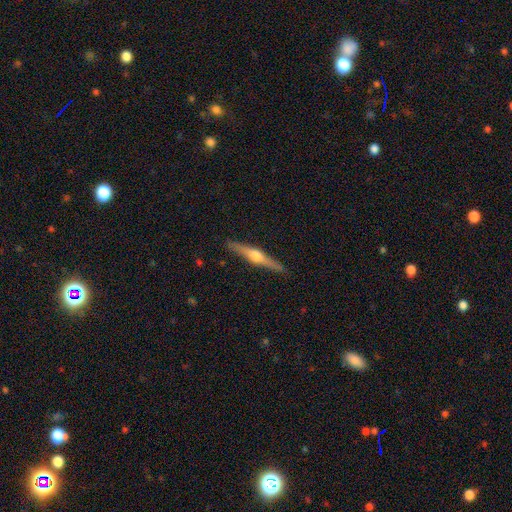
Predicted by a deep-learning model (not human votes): Overall: featured or disk (76%). Edge-on disk: yes (98%). Edge-on bulge: rounded (95%). Merging: none (91%).